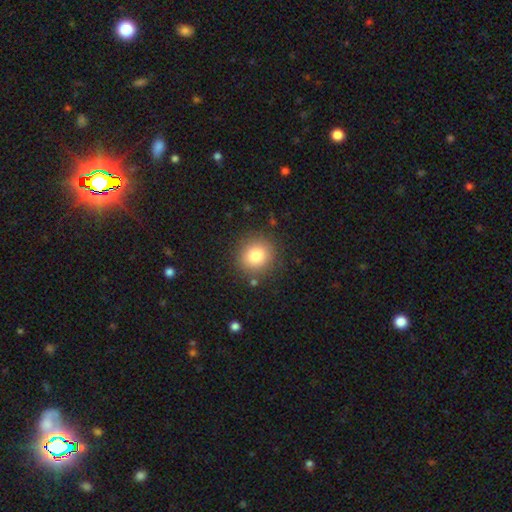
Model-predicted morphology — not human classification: Smooth or featured? smooth (81%)
How rounded? round (87%)
Merging? none (87%)